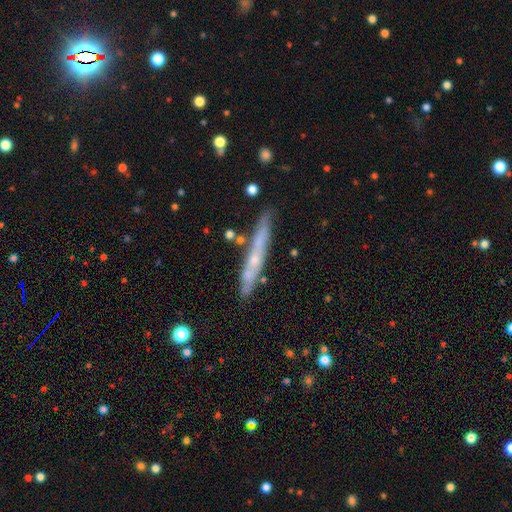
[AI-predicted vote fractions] Morphology: type=featured or disk (57%); edge-on=yes (87%); merging=none (79%).